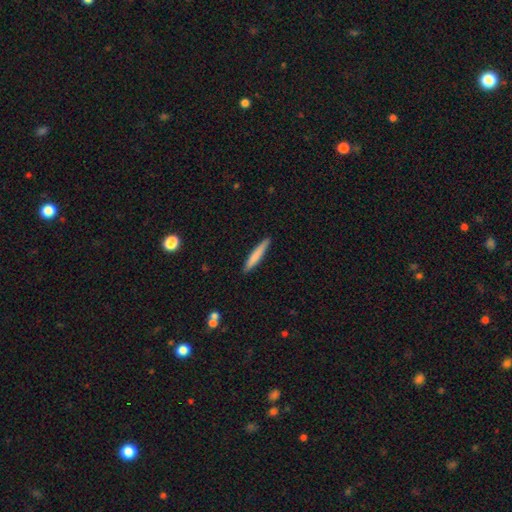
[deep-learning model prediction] This is likely a smooth galaxy (75%). How rounded: clearly cigar-shaped (94%). Merging: clearly none (89%).